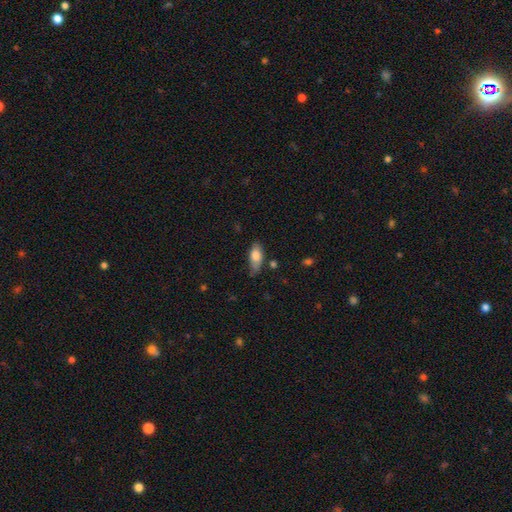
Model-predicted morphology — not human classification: smooth 77%, featured or disk 16%, star or artifact 7%. Down the decision tree: how rounded — in between (83%); merging — none (63%).